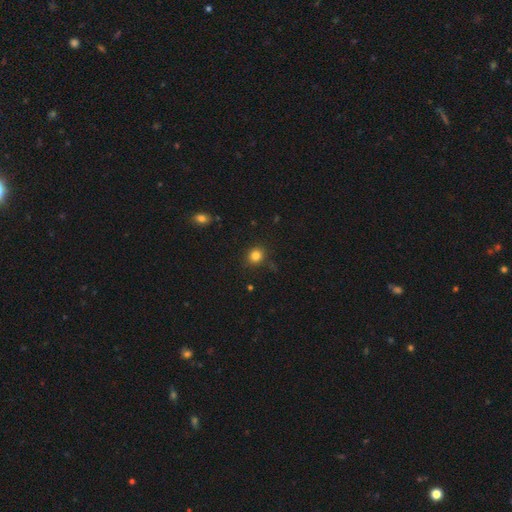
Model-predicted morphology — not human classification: smooth-or-featured: smooth: 82% | star or artifact: 13% | featured or disk: 5%
  how-rounded: round: 81% | in between: 18% | cigar-shaped: 1%
  merging: none: 84% | minor disturbance: 11% | major disturbance: 3% | merger: 2%